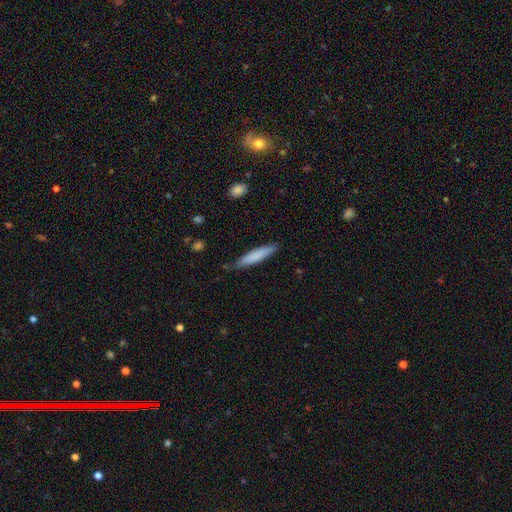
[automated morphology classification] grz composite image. It shows a smooth galaxy with no disk features (77%) that is cigar-shaped (89%). Merging: none (77%).